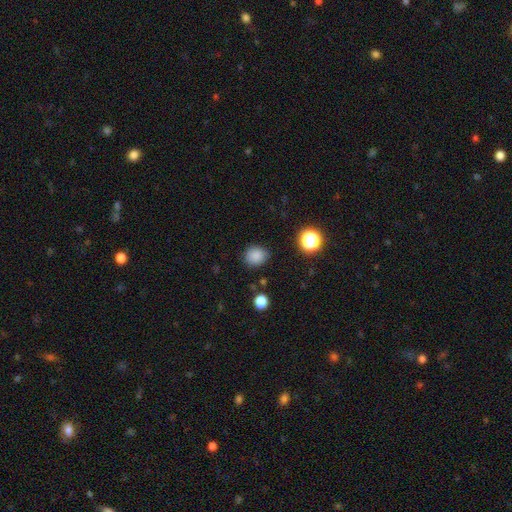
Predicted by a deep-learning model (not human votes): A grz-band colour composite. It shows a smooth galaxy with no disk features (84%) that is round (74%). Merging: none (83%).